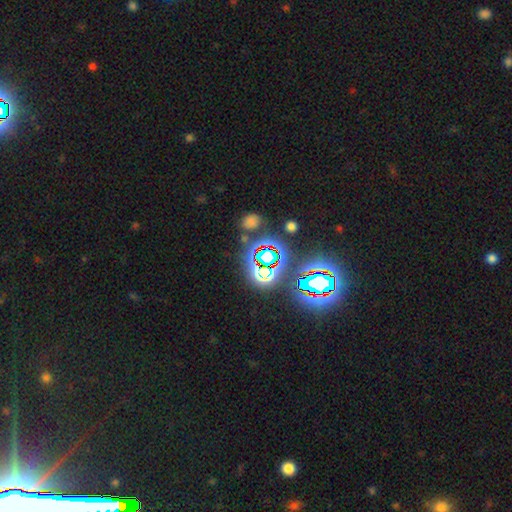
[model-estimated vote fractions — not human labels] smooth-or-featured: star or artifact: 79% | smooth: 12% | featured or disk: 9%